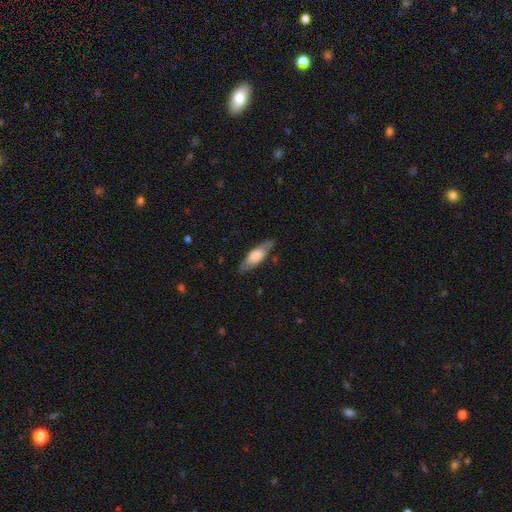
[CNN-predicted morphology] Smooth or featured? smooth (61%)
How rounded? in between (59%)
Merging? none (78%)